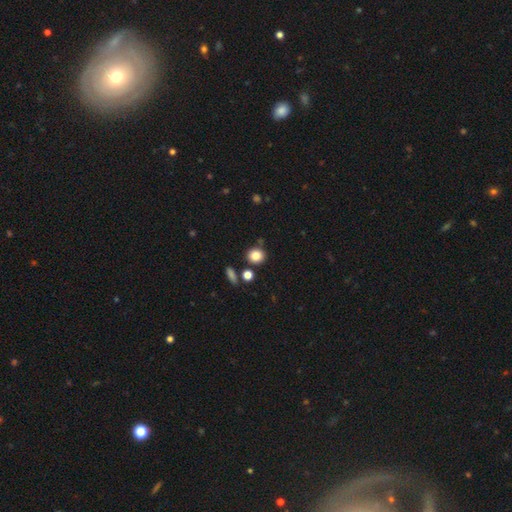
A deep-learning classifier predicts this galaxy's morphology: Q: Smooth or featured?
A: smooth (83%); runner-up: star or artifact (11%)
Q: How rounded?
A: round (79%); runner-up: in between (20%)
Q: Merging?
A: none (80%); runner-up: minor disturbance (9%)